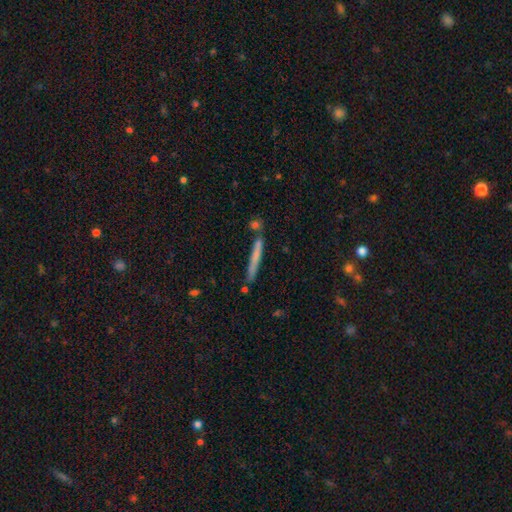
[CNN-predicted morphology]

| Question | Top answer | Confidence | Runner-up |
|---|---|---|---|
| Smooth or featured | smooth | 60% | featured or disk (33%) |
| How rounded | cigar-shaped | 96% | in between (2%) |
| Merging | none | 82% | minor disturbance (10%) |